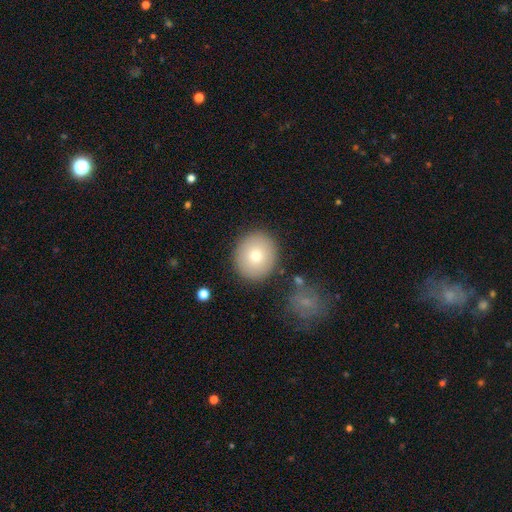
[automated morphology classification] This appears to be a smooth galaxy with no disk features (75%) that is round (83%). Merging: none (87%).